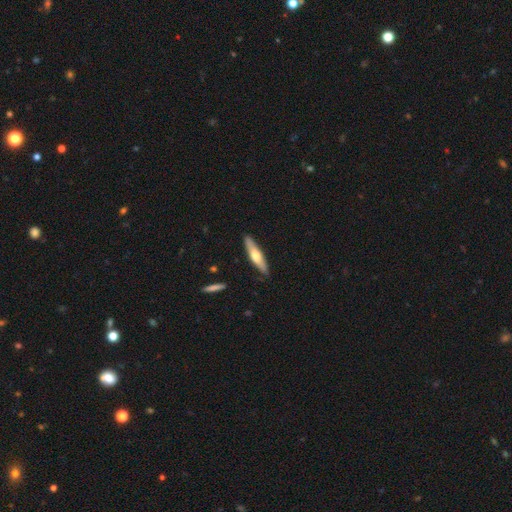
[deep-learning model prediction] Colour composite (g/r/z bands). It shows a smooth galaxy with no disk features (51%) that is cigar-shaped (79%). Merging: none (87%).